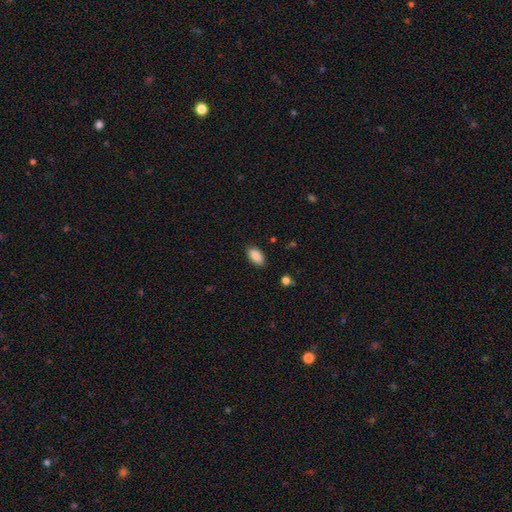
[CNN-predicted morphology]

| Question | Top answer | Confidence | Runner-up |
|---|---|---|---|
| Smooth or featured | smooth | 89% | star or artifact (7%) |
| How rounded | in between | 93% | round (4%) |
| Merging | none | 84% | minor disturbance (12%) |